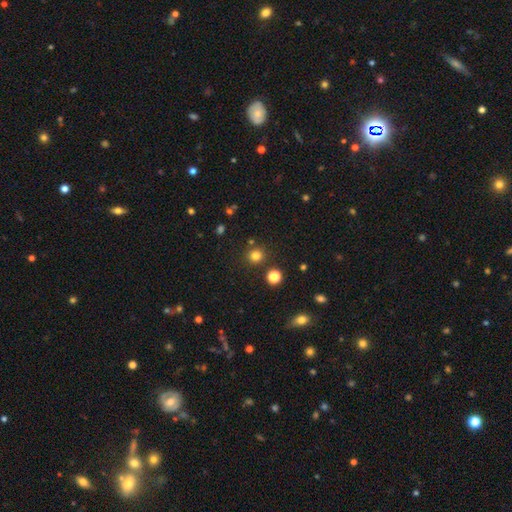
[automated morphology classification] Smooth or featured: smooth — 79% (star or artifact — 16%)
How rounded: round — 90% (in between — 9%)
Merging: none — 84% (minor disturbance — 7%)